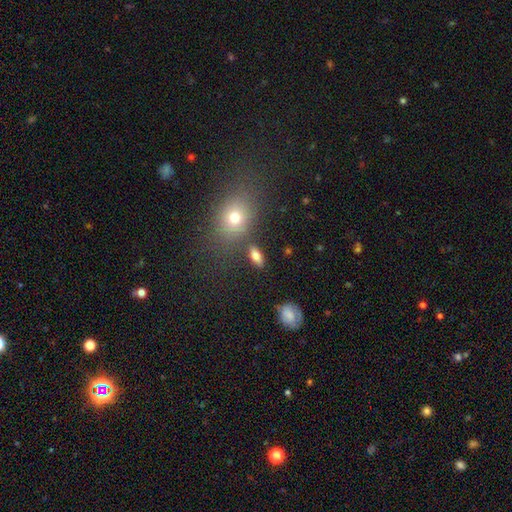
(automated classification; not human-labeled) Smooth or featured?
  - smooth: 78% *
  - featured or disk: 12%
  - star or artifact: 10%
How rounded?
  - in between: 81% *
  - cigar-shaped: 12%
  - round: 7%
Merging?
  - none: 81% *
  - minor disturbance: 10%
  - merger: 6%
  - major disturbance: 4%